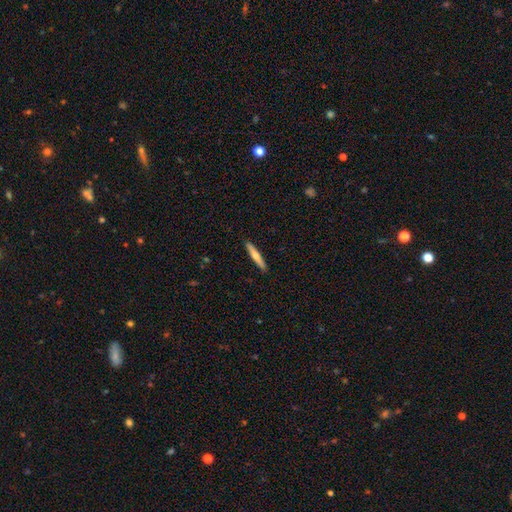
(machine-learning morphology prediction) A smooth galaxy with no disk features (59%) that is cigar-shaped (92%).

Vote fractions:
- Smooth or featured? smooth: 59% / featured or disk: 36% / star or artifact: 5%
- How rounded? cigar-shaped: 92% / in between: 6% / round: 1%
- Merging? none: 91% / minor disturbance: 6% / major disturbance: 1% / merger: 1%